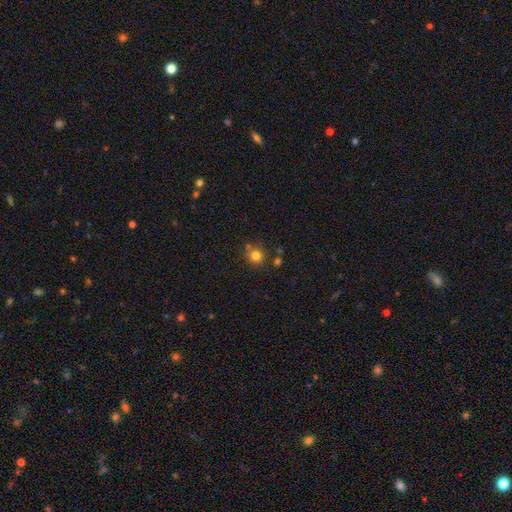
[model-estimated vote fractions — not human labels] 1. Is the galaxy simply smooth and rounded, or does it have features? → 80% smooth, 13% star or artifact, 7% featured or disk.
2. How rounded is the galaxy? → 88% round, 11% in between, 1% cigar-shaped.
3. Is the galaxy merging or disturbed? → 73% none, 13% minor disturbance, 11% merger, 4% major disturbance.